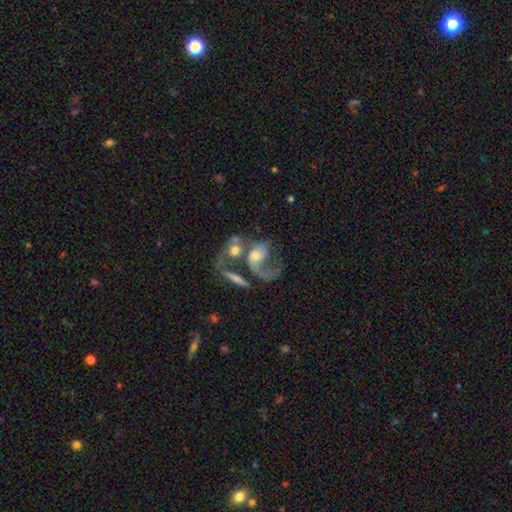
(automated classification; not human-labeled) A featured or disk galaxy (70%) with no bar (68%), 1 (54%) loose (58%) spiral arms (81%) and a moderate central bulge (51%).

Vote fractions:
- Smooth or featured? featured or disk: 70% / smooth: 22% / star or artifact: 8%
- Edge-on disk? no: 95% / yes: 5%
- Bar? no: 68% / weak: 26% / strong: 7%
- Spiral arms? yes: 81% / no: 19%
- Spiral winding? loose: 58% / medium: 30% / tight: 11%
- Spiral arm count? 1: 54% / 2: 33% / can't tell: 9% / 3: 2% / 4: 1% / more than 4: 1%
- Bulge size? moderate: 51% / small: 27% / large: 12% / none: 7% / dominant: 2%
- Merging? merger: 55% / major disturbance: 22% / none: 15% / minor disturbance: 7%